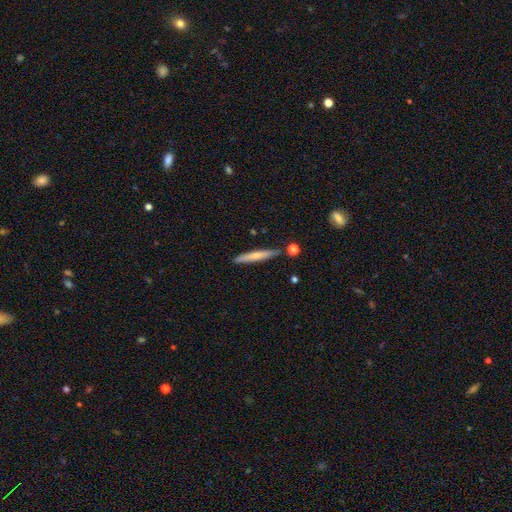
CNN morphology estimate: Smooth or featured? Predicted: smooth (p=0.60). How rounded? Predicted: cigar-shaped (p=0.94). Merging? Predicted: none (p=0.84).